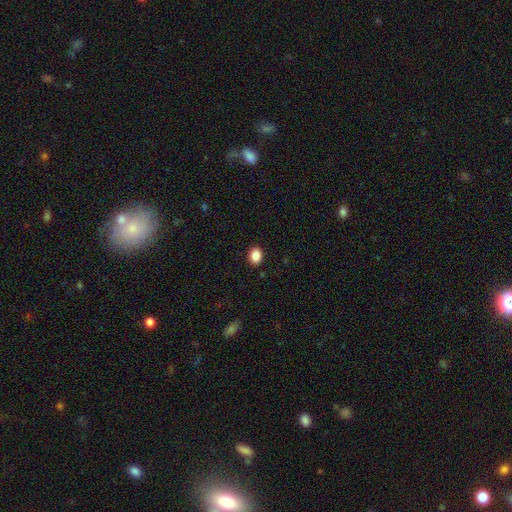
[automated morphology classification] A smooth galaxy with no disk features (88%) that is in between round and cigar-shaped (62%).

Vote fractions:
- Smooth or featured? smooth: 88% / star or artifact: 9% / featured or disk: 3%
- How rounded? in between: 62% / round: 37% / cigar-shaped: 1%
- Merging? none: 90% / minor disturbance: 7% / major disturbance: 2% / merger: 1%